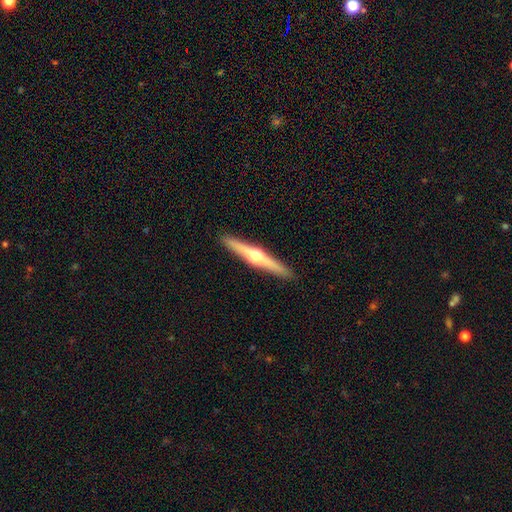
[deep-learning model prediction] Smooth or featured: featured or disk — 74% (smooth — 21%)
Edge-on disk: yes — 98% (no — 2%)
Edge-on bulge: rounded — 95% (none — 3%)
Merging: none — 92% (minor disturbance — 5%)